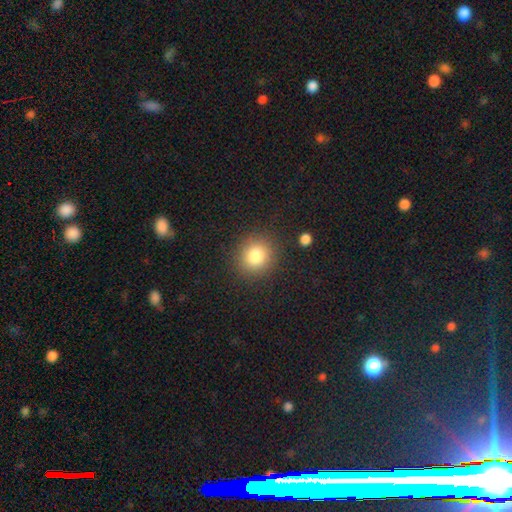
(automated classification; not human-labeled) Q: Smooth or featured?
A: smooth (82%); runner-up: star or artifact (11%)
Q: How rounded?
A: round (86%); runner-up: in between (13%)
Q: Merging?
A: none (88%); runner-up: minor disturbance (7%)